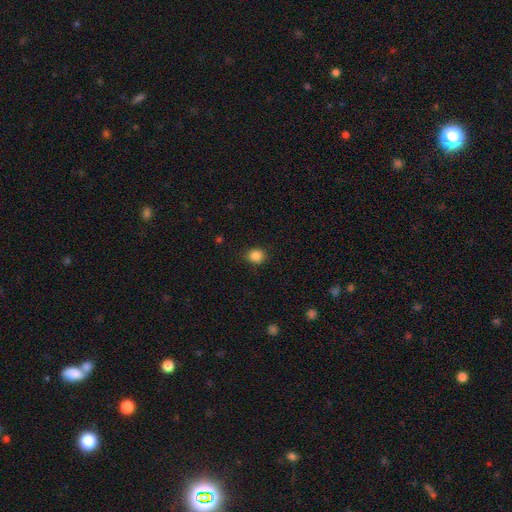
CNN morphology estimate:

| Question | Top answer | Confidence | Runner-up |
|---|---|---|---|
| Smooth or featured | smooth | 86% | star or artifact (10%) |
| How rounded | round | 71% | in between (28%) |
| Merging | none | 87% | minor disturbance (9%) |